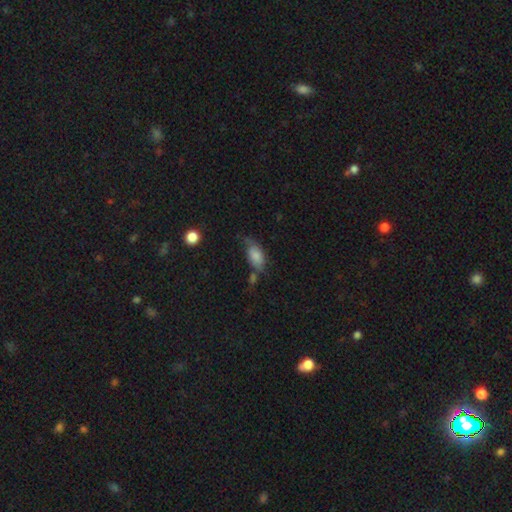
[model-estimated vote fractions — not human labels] smooth-or-featured: smooth: 75% | featured or disk: 16% | star or artifact: 8%
  how-rounded: in between: 91% | round: 5% | cigar-shaped: 4%
  merging: none: 39% | minor disturbance: 33% | major disturbance: 16% | merger: 12%